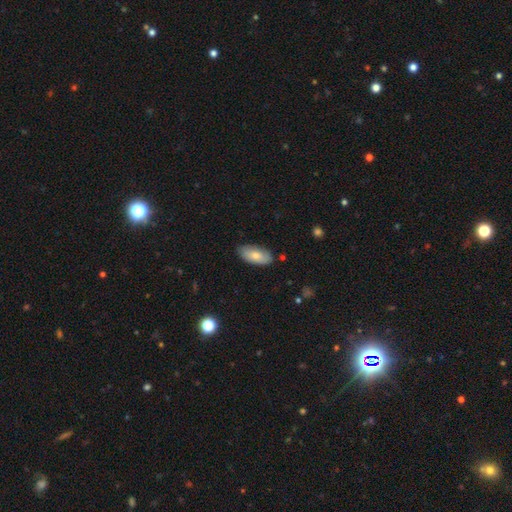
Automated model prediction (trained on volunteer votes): Q: Smooth or featured?
A: smooth (76%); runner-up: featured or disk (18%)
Q: How rounded?
A: in between (91%); runner-up: cigar-shaped (6%)
Q: Merging?
A: none (81%); runner-up: minor disturbance (15%)